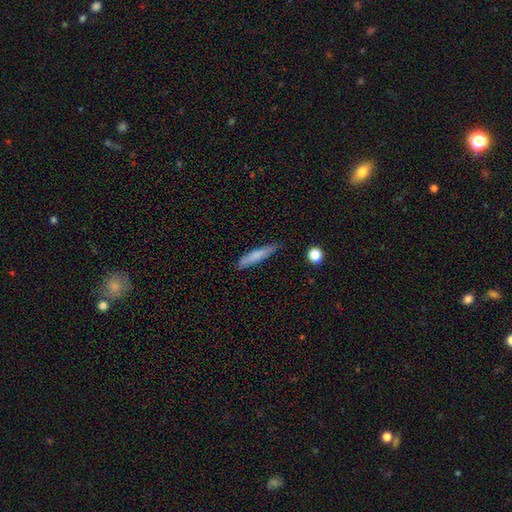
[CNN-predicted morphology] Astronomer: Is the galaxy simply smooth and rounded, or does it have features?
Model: smooth — 74%.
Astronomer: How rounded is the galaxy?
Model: cigar-shaped — 88%.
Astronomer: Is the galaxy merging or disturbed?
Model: none — 78%.